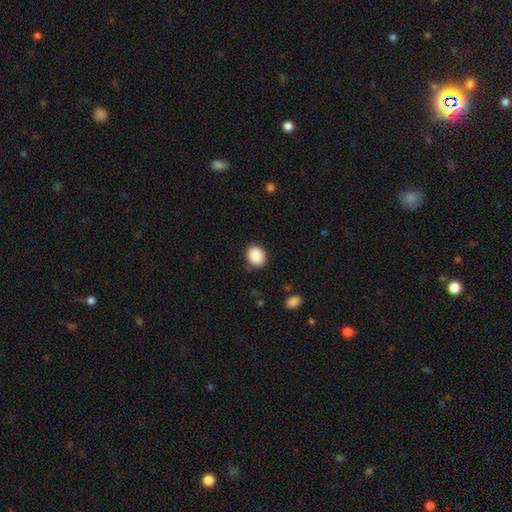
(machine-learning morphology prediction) type=smooth (89%); roundness=round (57%); merging=none (85%).